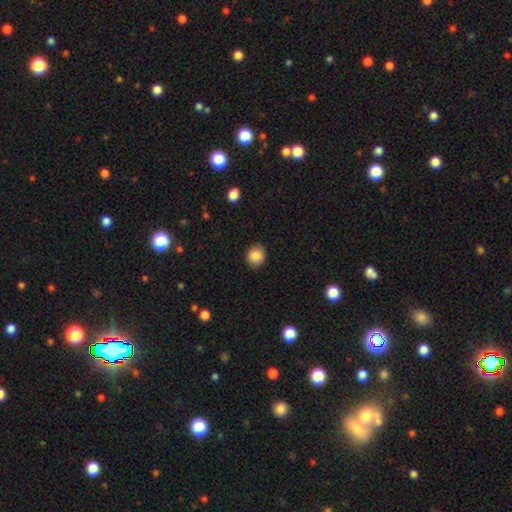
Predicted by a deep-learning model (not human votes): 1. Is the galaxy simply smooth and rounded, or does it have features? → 87% smooth, 9% star or artifact, 5% featured or disk.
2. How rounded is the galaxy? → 76% round, 23% in between, 1% cigar-shaped.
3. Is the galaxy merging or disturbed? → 86% none, 10% minor disturbance, 2% major disturbance, 1% merger.